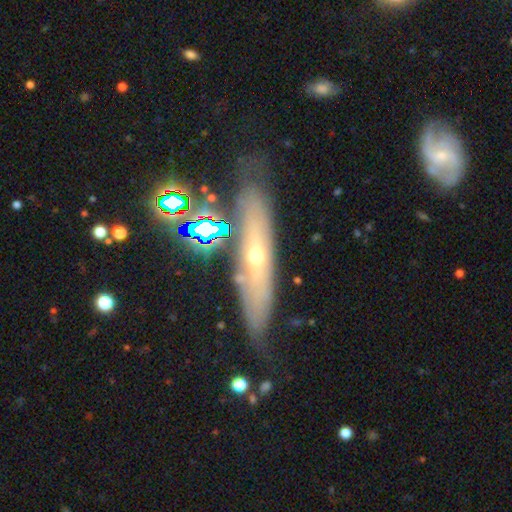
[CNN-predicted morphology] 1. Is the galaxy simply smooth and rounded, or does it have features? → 65% featured or disk, 24% smooth, 11% star or artifact.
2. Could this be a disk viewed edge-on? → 57% yes, 43% no.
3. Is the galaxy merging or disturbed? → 75% none, 16% minor disturbance, 5% major disturbance, 4% merger.